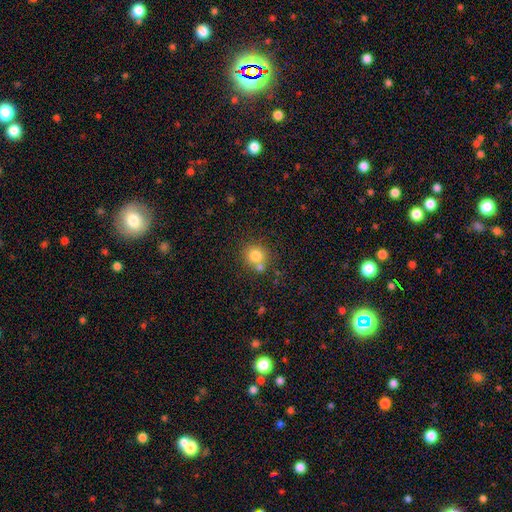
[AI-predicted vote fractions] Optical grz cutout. It shows a smooth galaxy with no disk features (79%) that is round (89%). Merging: none (65%).